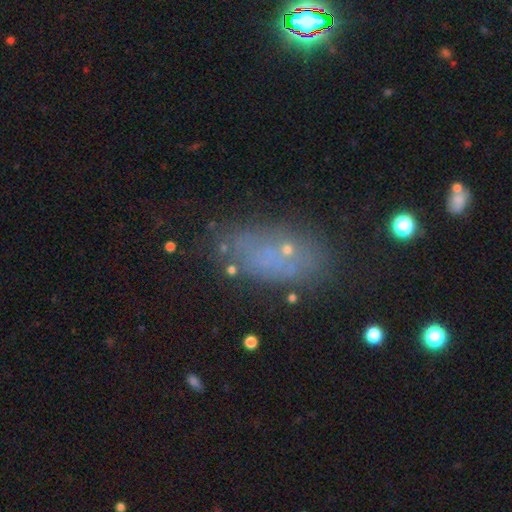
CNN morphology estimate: Smooth or featured? smooth (52%)
How rounded? in between (87%)
Merging? none (64%)